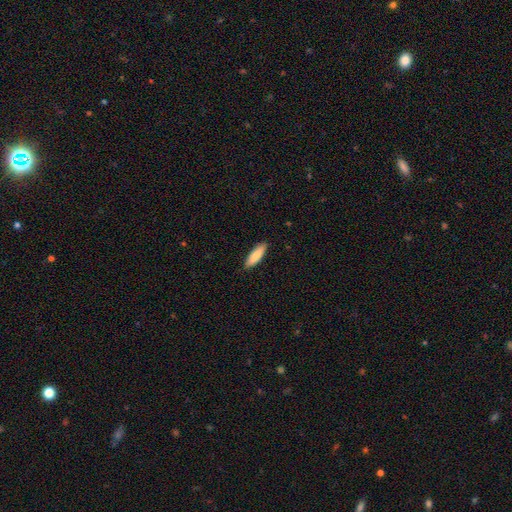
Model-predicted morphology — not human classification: smooth_or_featured: smooth (p=0.85) [alt: featured or disk p=0.10]
how_rounded: cigar-shaped (p=0.58) [alt: in between p=0.40]
merging: none (p=0.88) [alt: minor disturbance p=0.09]